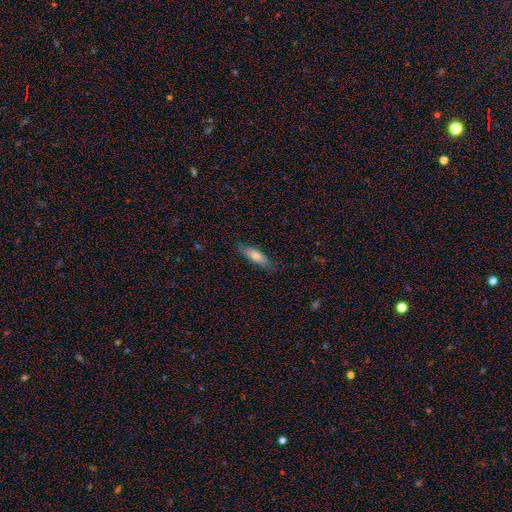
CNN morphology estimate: smooth_or_featured: smooth (p=0.70) [alt: featured or disk p=0.23]
how_rounded: cigar-shaped (p=0.50) [alt: in between p=0.48]
merging: none (p=0.82) [alt: minor disturbance p=0.14]